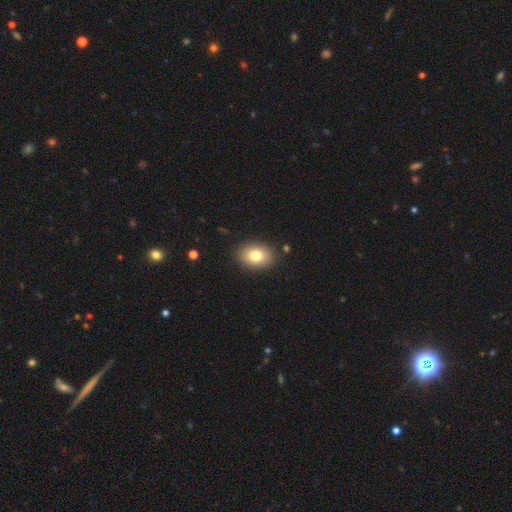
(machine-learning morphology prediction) Overall: smooth (80%). How rounded: in between (76%). Merging: none (88%).